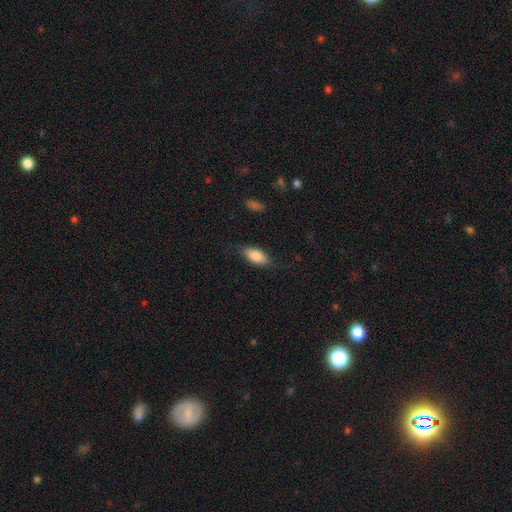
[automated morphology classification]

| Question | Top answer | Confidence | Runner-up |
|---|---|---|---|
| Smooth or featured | smooth | 82% | featured or disk (12%) |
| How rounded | in between | 86% | cigar-shaped (11%) |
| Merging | none | 76% | minor disturbance (17%) |